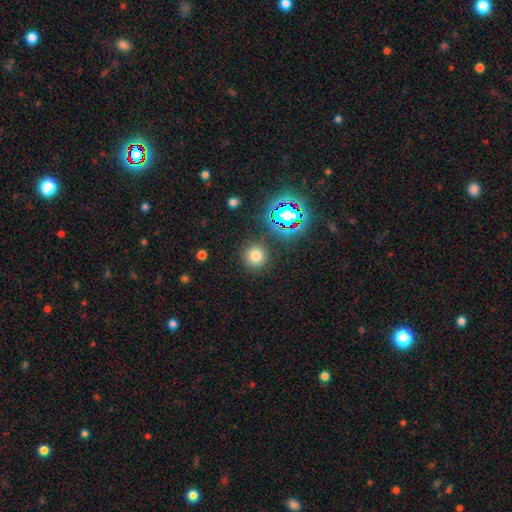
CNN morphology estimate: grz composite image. It shows a smooth galaxy with no disk features (73%) that is round (92%). Merging: none (87%).